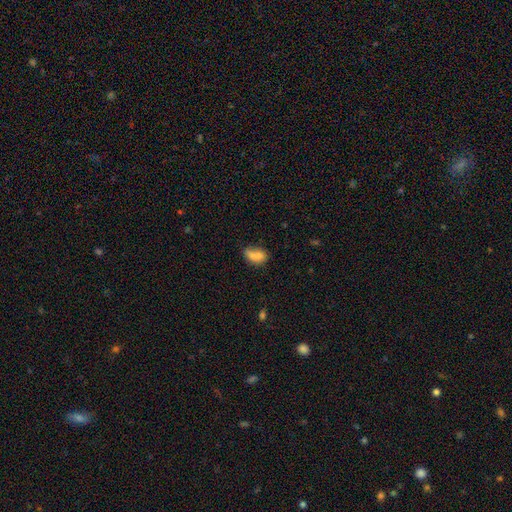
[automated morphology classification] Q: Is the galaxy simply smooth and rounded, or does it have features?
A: smooth — 74%.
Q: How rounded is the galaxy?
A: in between — 78%.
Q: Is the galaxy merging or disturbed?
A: merger — 46%.